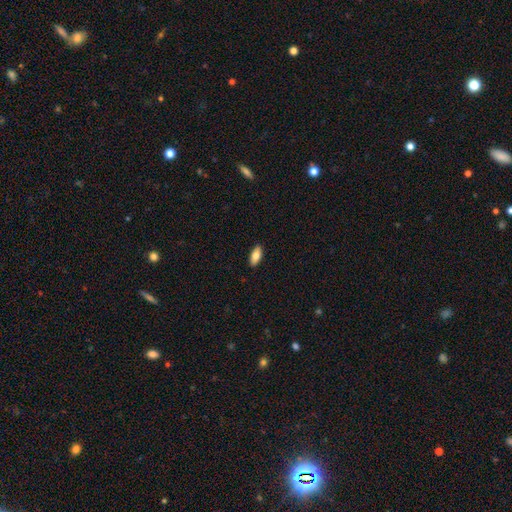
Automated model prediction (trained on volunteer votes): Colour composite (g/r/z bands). It shows a smooth galaxy with no disk features (79%) that is in between round and cigar-shaped (86%). Merging: none (90%).